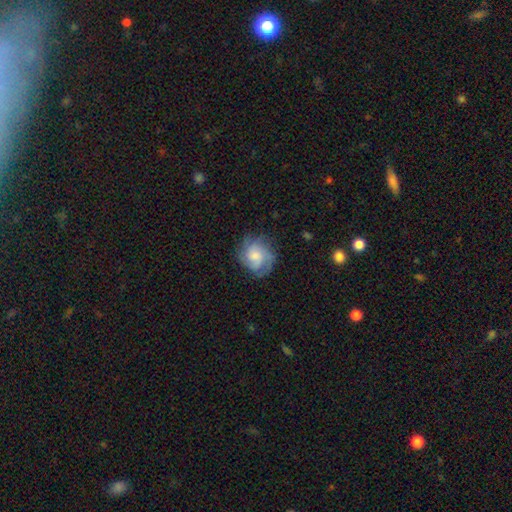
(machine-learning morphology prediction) type=featured or disk (57%); edge-on=no (98%); bar=no (70%); spiral arms=yes (89%); winding=tight (45%); arm count=can't tell (33%); bulge=moderate (44%); merging=none (71%).